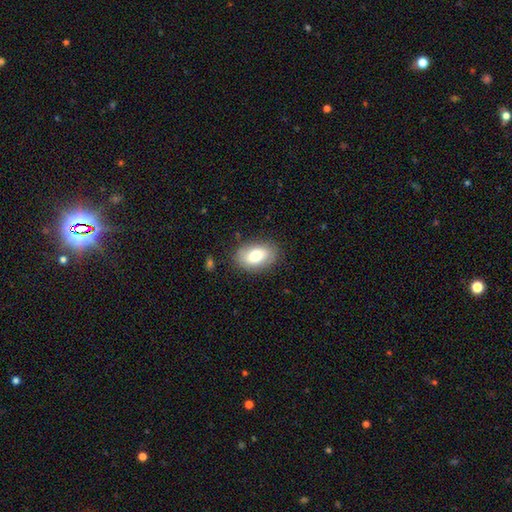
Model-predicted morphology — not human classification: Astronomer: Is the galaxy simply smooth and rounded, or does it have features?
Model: smooth — 74%.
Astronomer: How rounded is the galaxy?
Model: in between — 87%.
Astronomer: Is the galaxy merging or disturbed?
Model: none — 83%.